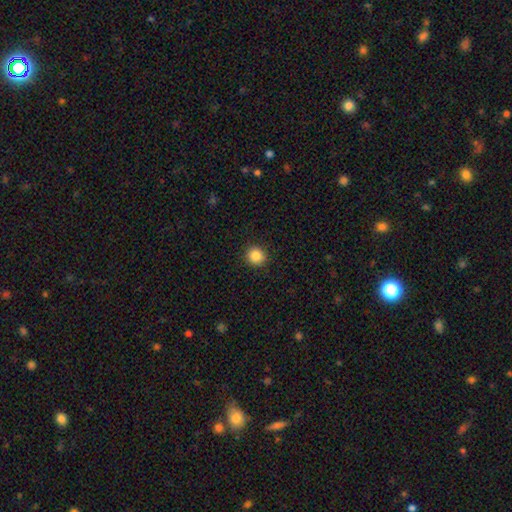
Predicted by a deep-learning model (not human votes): Q: Smooth or featured?
A: smooth (86%); runner-up: star or artifact (10%)
Q: How rounded?
A: round (91%); runner-up: in between (8%)
Q: Merging?
A: none (92%); runner-up: minor disturbance (5%)